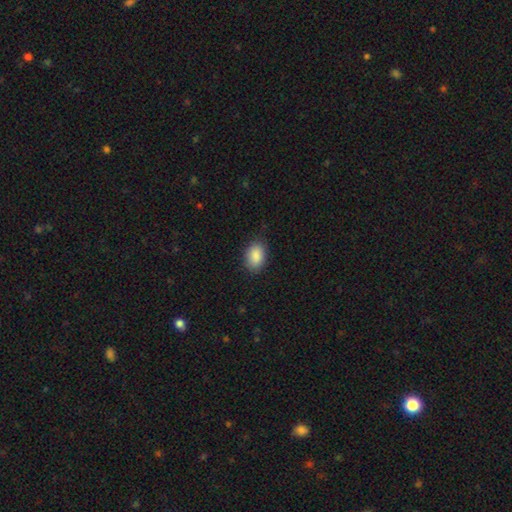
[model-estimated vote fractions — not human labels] Smooth or featured: smooth — 89% (star or artifact — 7%)
How rounded: in between — 88% (round — 10%)
Merging: none — 84% (minor disturbance — 13%)